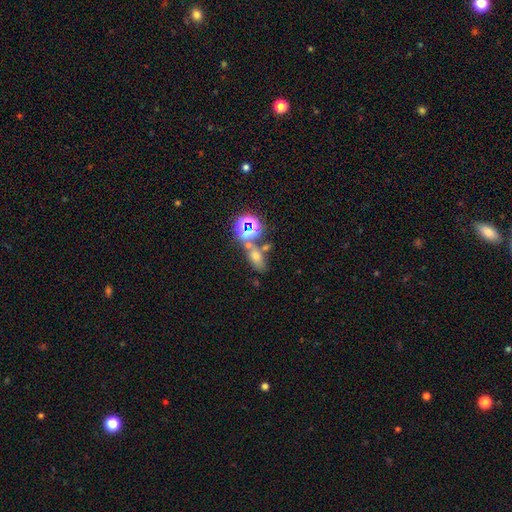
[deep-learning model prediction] smooth_or_featured: smooth (p=0.49) [alt: star or artifact p=0.36]
merging: none (p=0.56) [alt: merger p=0.25]